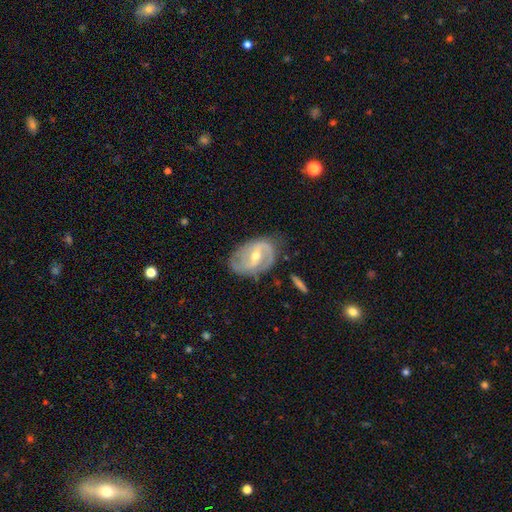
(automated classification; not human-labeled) Smooth or featured? Predicted: featured or disk (p=0.84). Edge-on disk? Predicted: no (p=0.96). Bar? Predicted: weak (p=0.46). Spiral arms? Predicted: yes (p=0.92). Spiral winding? Predicted: medium (p=0.45). Spiral arm count? Predicted: 2 (p=0.80). Bulge size? Predicted: moderate (p=0.50). Merging? Predicted: none (p=0.70).